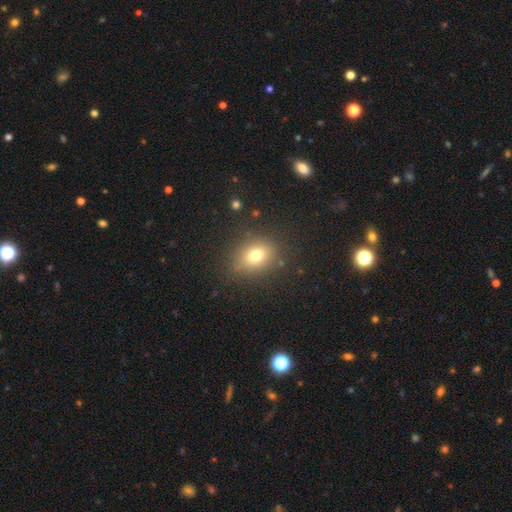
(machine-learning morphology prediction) A smooth galaxy with no disk features (73%) that is in between round and cigar-shaped (50%).

Vote fractions:
- Smooth or featured? smooth: 73% / star or artifact: 14% / featured or disk: 12%
- How rounded? in between: 50% / round: 48% / cigar-shaped: 1%
- Merging? none: 82% / minor disturbance: 12% / major disturbance: 5% / merger: 2%